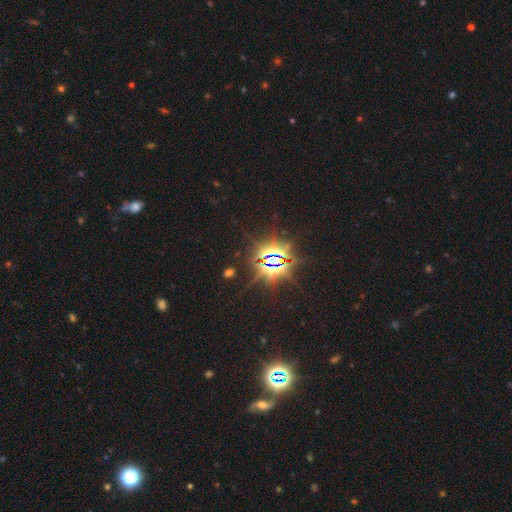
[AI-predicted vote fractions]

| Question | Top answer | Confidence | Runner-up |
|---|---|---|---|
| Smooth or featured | star or artifact | 84% | smooth (10%) |